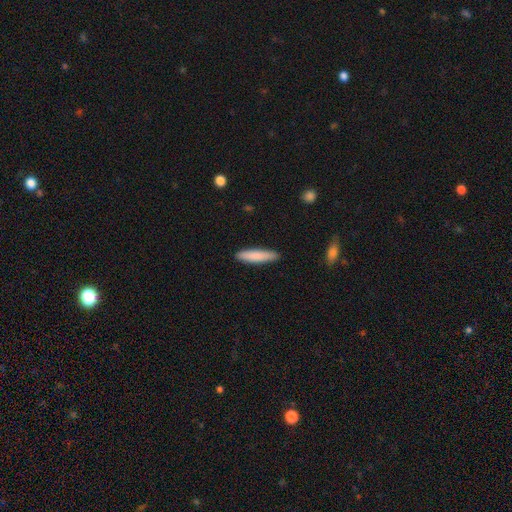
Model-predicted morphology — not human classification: A smooth galaxy with no disk features (82%) that is cigar-shaped (84%). Merging: none (89%).